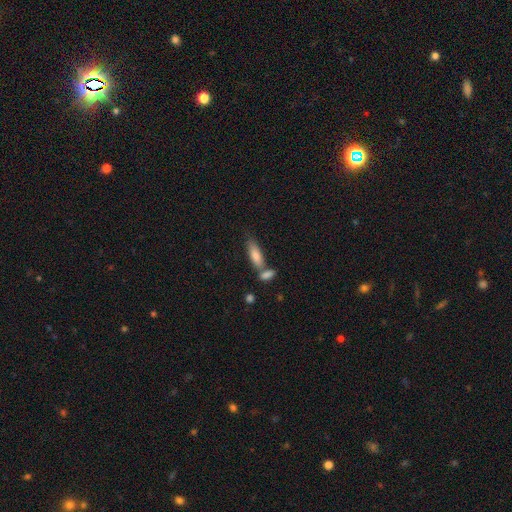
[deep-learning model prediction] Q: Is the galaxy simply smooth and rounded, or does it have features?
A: smooth — 74%.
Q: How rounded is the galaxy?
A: in between — 55%.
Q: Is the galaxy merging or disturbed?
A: none — 50%.